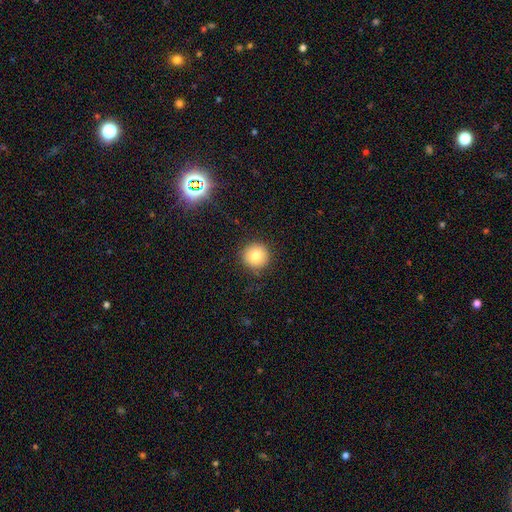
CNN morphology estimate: type=smooth (80%); roundness=round (94%); merging=none (87%).